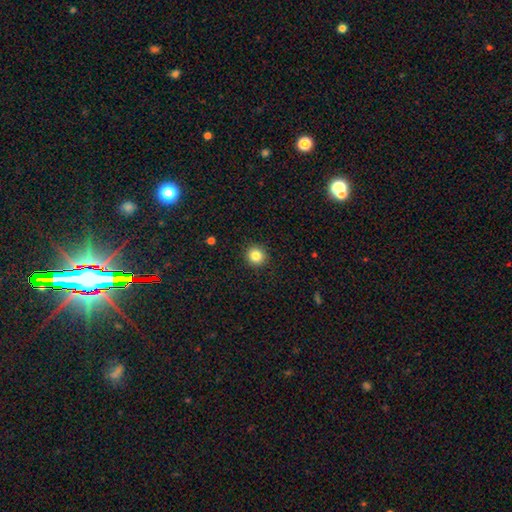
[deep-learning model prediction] A smooth galaxy with no disk features (84%) that is round (93%).

Vote fractions:
- Smooth or featured? smooth: 84% / star or artifact: 11% / featured or disk: 5%
- How rounded? round: 93% / in between: 6% / cigar-shaped: 1%
- Merging? none: 92% / minor disturbance: 5% / major disturbance: 2% / merger: 1%